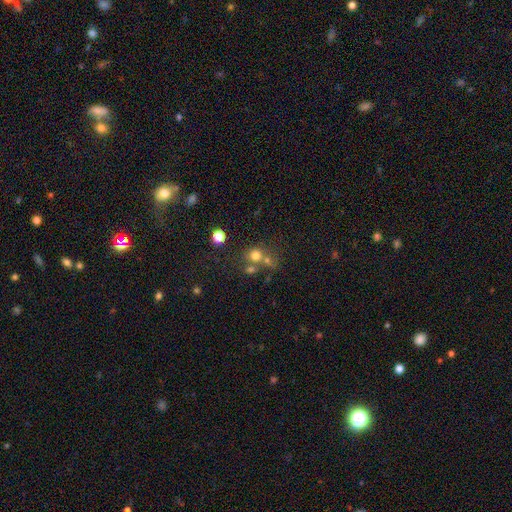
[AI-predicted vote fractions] Smooth or featured?
  - smooth: 71% *
  - star or artifact: 18%
  - featured or disk: 11%
How rounded?
  - round: 83% *
  - in between: 17%
  - cigar-shaped: 1%
Merging?
  - none: 48% *
  - merger: 38%
  - minor disturbance: 9%
  - major disturbance: 5%